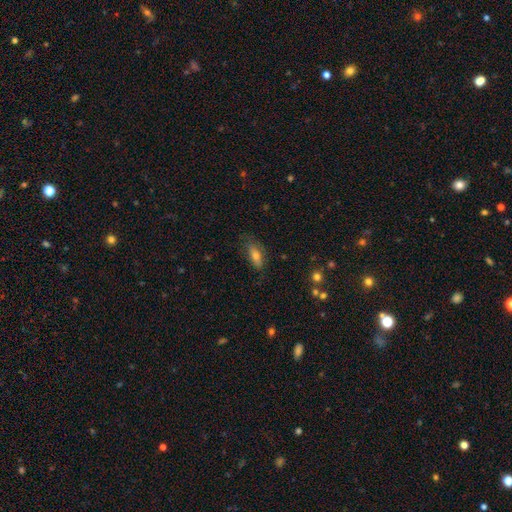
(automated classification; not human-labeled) smooth_or_featured: smooth (p=0.69) [alt: featured or disk p=0.22]
how_rounded: in between (p=0.67) [alt: cigar-shaped p=0.29]
merging: none (p=0.73) [alt: minor disturbance p=0.20]